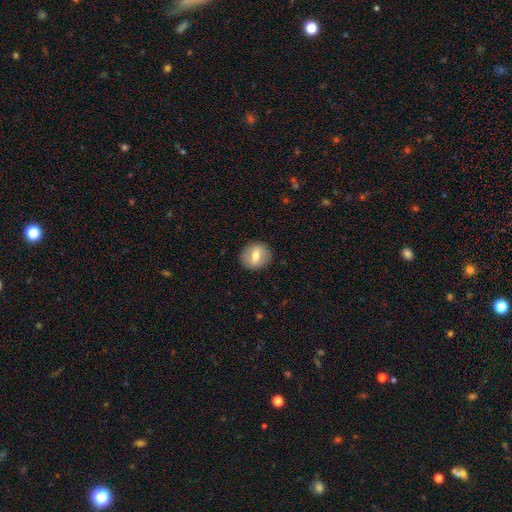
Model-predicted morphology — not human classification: The model was most divided on "smooth or featured": smooth: 58%, featured or disk: 34%, star or artifact: 8%. More confident: merging — none (88%); how rounded — round (78%).